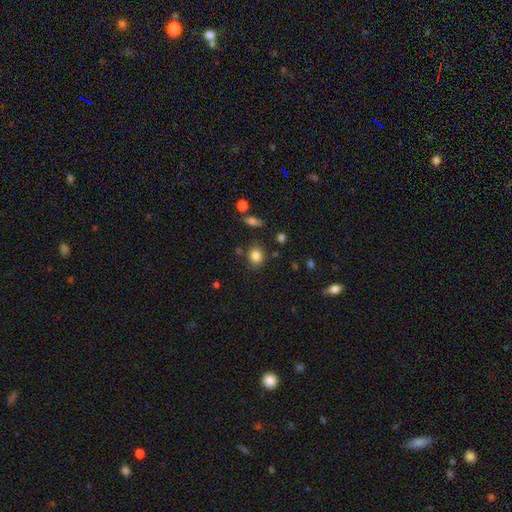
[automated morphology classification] smooth_or_featured: smooth (p=0.83) [alt: star or artifact p=0.10]
how_rounded: round (p=0.61) [alt: in between p=0.38]
merging: none (p=0.80) [alt: minor disturbance p=0.12]